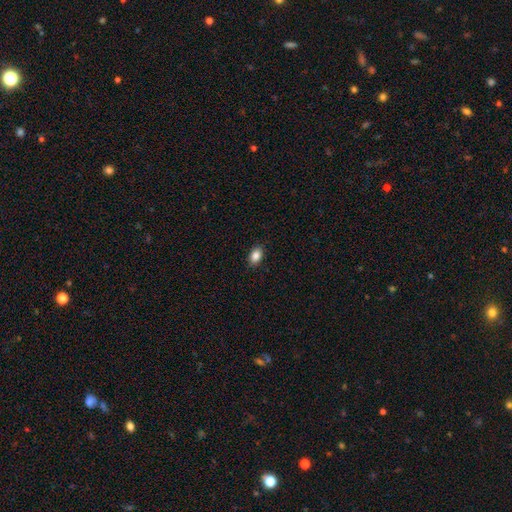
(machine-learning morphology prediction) This appears to be a smooth galaxy with no disk features (88%) that is in between round and cigar-shaped (88%). Merging: none (89%).